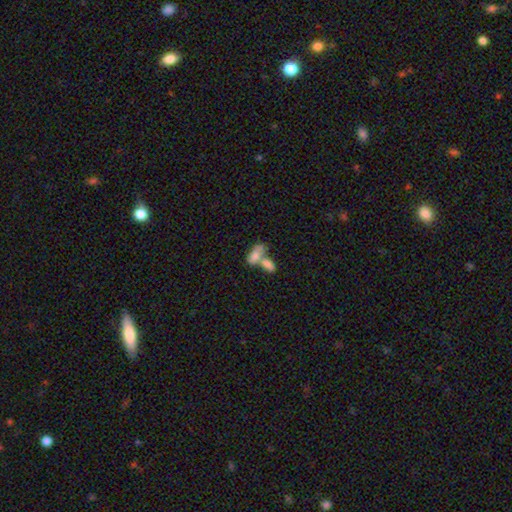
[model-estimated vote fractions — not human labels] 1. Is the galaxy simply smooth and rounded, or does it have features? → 74% smooth, 18% featured or disk, 8% star or artifact.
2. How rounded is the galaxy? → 86% in between, 8% cigar-shaped, 6% round.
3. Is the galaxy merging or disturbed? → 68% merger, 20% none, 7% minor disturbance, 5% major disturbance.